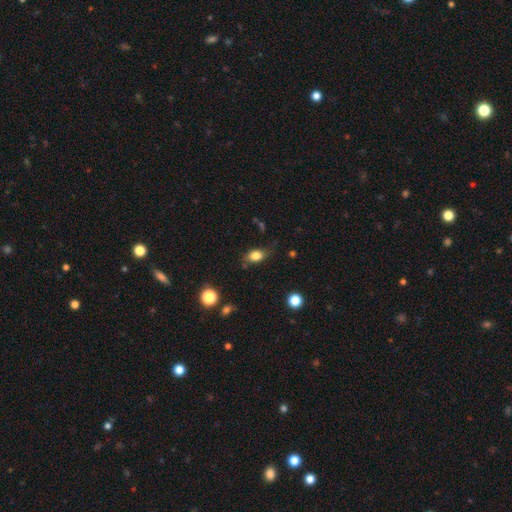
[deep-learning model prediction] Smooth or featured? Predicted: smooth (p=0.82). How rounded? Predicted: in between (p=0.80). Merging? Predicted: none (p=0.71).